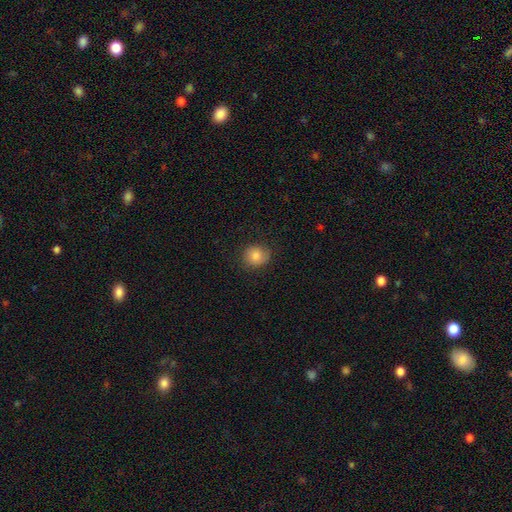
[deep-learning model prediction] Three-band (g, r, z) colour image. It shows a smooth galaxy with no disk features (80%) that is round (78%). Merging: none (82%).